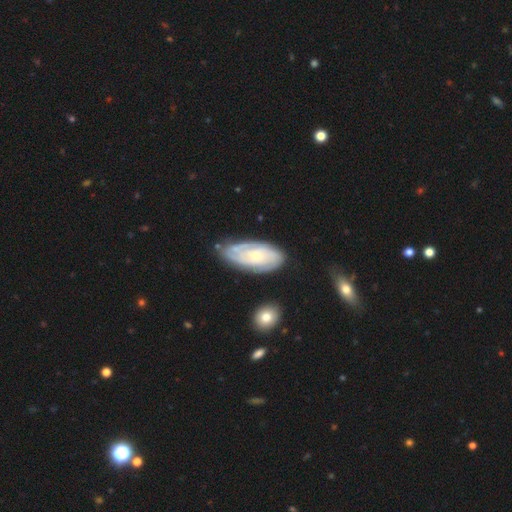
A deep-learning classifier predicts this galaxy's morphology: The model was most divided on "spiral arm count": can't tell: 51%, 2: 20%, 3: 13%, 4: 8%, 1: 4%, more than 4: 4%. More confident: edge-on disk — no (92%); spiral arms — yes (87%); bar — no (77%); spiral winding — tight (70%); merging — none (70%); smooth or featured — featured or disk (70%); bulge size — small (66%).